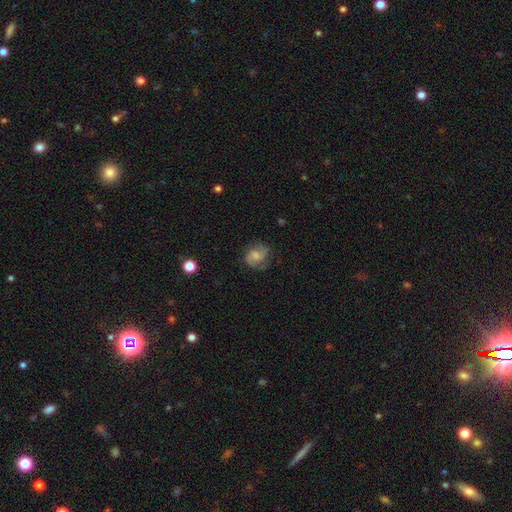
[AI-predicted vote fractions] featured or disk 61%, smooth 31%, star or artifact 9%. Down the decision tree: edge-on disk — no (98%); bar — no (57%); spiral arms — yes (91%); spiral arm count — 2 (68%); spiral winding — medium (48%); bulge size — small (33%); merging — none (64%).